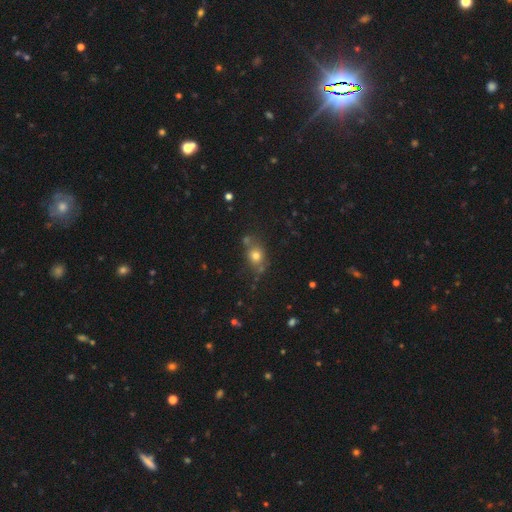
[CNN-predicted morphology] A smooth galaxy with no disk features (73%) that is round (57%).

Vote fractions:
- Smooth or featured? smooth: 73% / star or artifact: 15% / featured or disk: 12%
- How rounded? round: 57% / in between: 41% / cigar-shaped: 2%
- Merging? none: 65% / minor disturbance: 16% / merger: 14% / major disturbance: 5%